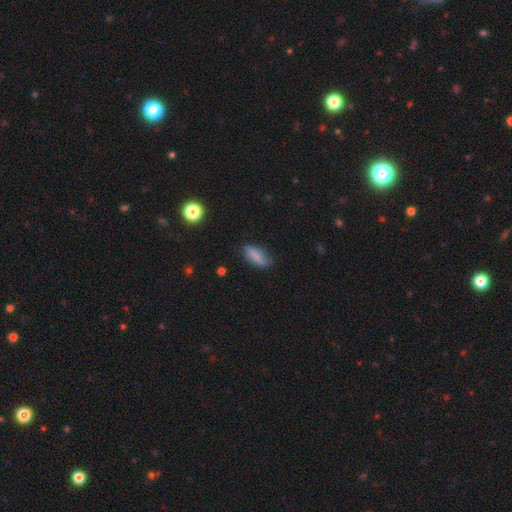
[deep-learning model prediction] smooth_or_featured: smooth (p=0.81) [alt: featured or disk p=0.11]
how_rounded: in between (p=0.65) [alt: cigar-shaped p=0.32]
merging: none (p=0.73) [alt: minor disturbance p=0.21]